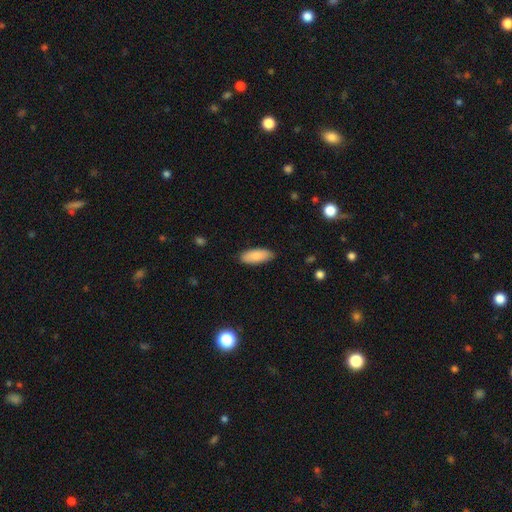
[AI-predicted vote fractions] A smooth galaxy with no disk features (87%) that is in between round and cigar-shaped (78%). Merging: none (86%).